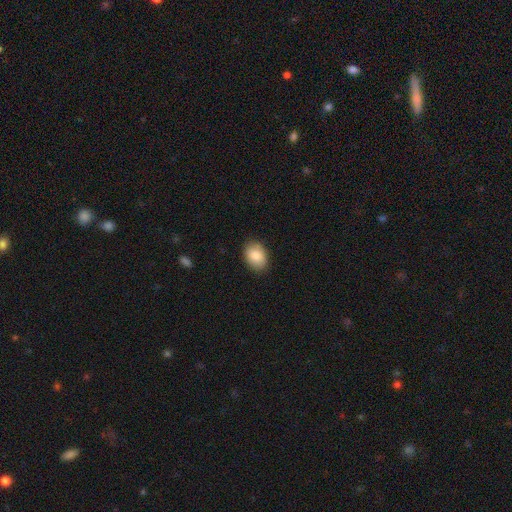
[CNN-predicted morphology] This appears to be a smooth galaxy with no disk features (85%) that is in between round and cigar-shaped (75%). Merging: none (86%).